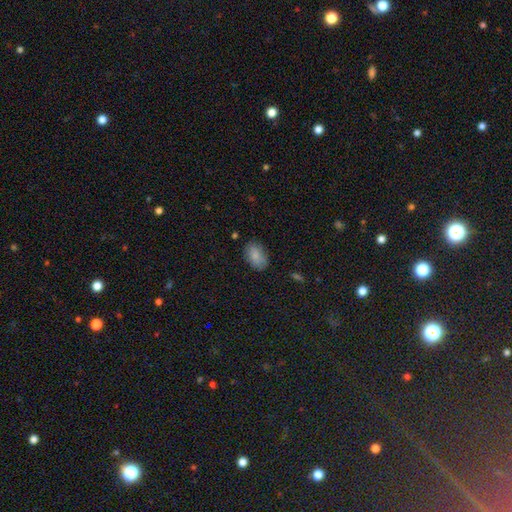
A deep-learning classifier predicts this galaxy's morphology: smooth-or-featured: smooth: 85% | featured or disk: 8% | star or artifact: 7%
  how-rounded: in between: 90% | round: 8% | cigar-shaped: 2%
  merging: none: 80% | minor disturbance: 16% | major disturbance: 3% | merger: 1%